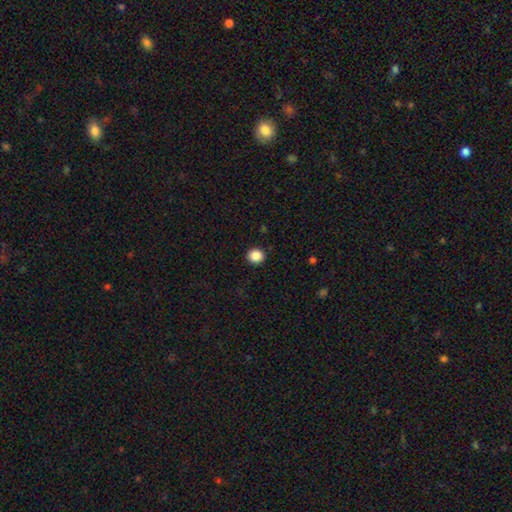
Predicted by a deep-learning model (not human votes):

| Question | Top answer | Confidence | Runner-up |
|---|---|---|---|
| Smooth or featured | smooth | 88% | star or artifact (9%) |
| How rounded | round | 88% | in between (11%) |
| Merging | none | 92% | minor disturbance (5%) |